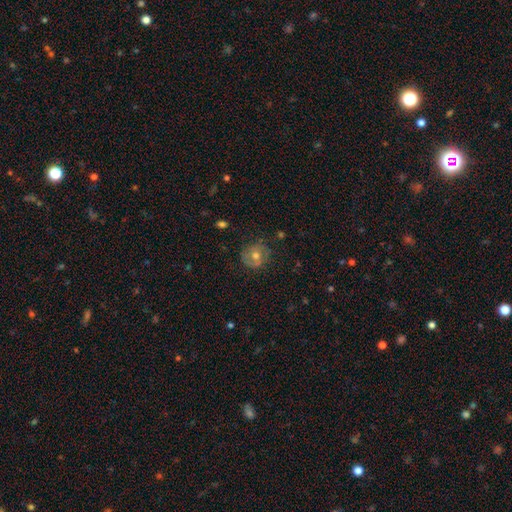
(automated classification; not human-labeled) Smooth or featured: featured or disk — 46% (smooth — 40%)
Merging: none — 76% (minor disturbance — 16%)